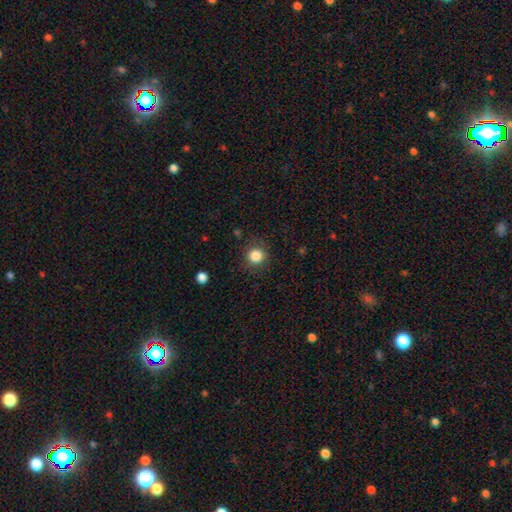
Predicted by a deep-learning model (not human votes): Morphology: type=smooth (84%); roundness=round (92%); merging=none (87%).